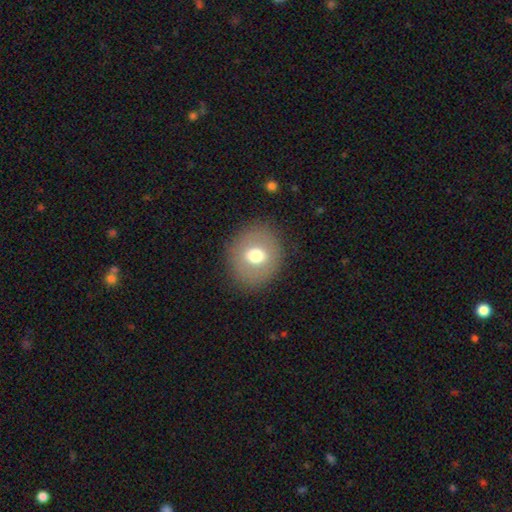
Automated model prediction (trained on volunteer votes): smooth 66%, featured or disk 23%, star or artifact 10%. Down the decision tree: how rounded — round (77%); merging — none (87%).